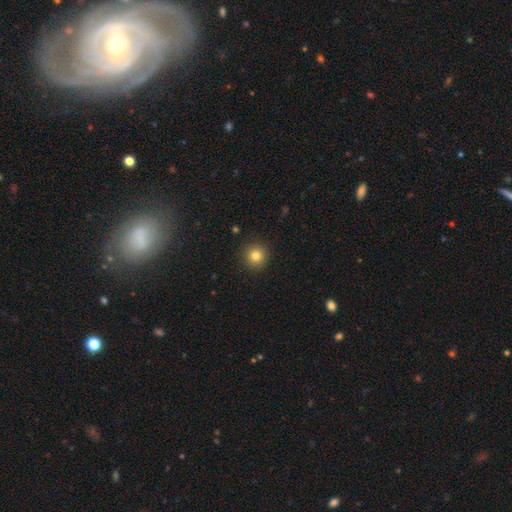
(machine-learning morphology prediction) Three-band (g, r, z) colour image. It shows a smooth galaxy with no disk features (81%) that is round (94%). Merging: none (92%).